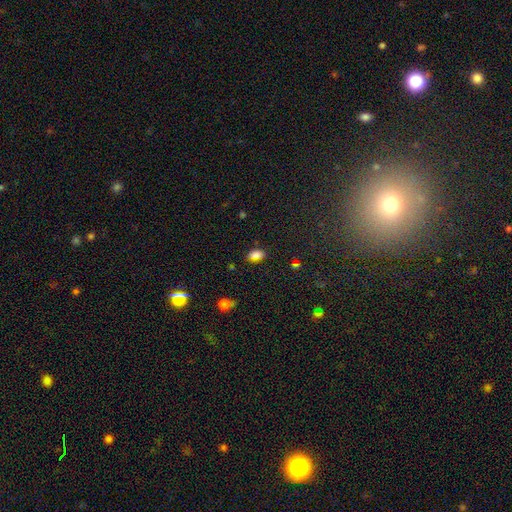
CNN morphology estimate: smooth 76%, star or artifact 16%, featured or disk 8%. Down the decision tree: how rounded — in between (86%); merging — none (80%).